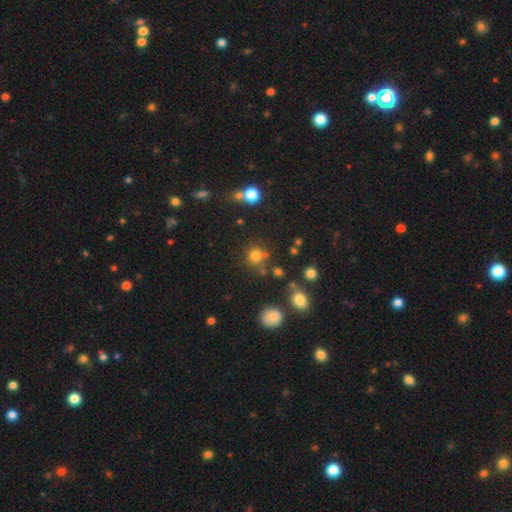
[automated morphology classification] smooth_or_featured: smooth (p=0.75) [alt: star or artifact p=0.18]
how_rounded: round (p=0.90) [alt: in between p=0.09]
merging: none (p=0.72) [alt: merger p=0.14]